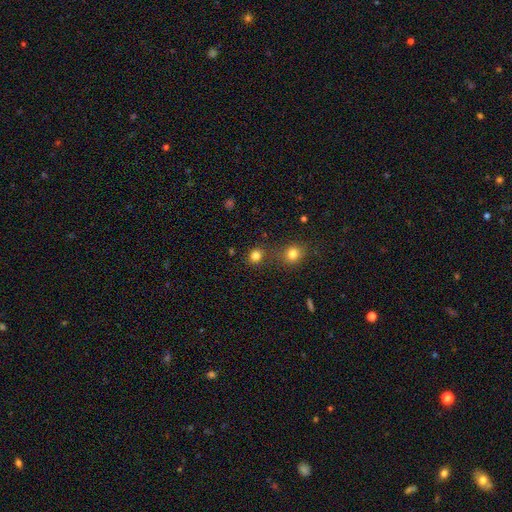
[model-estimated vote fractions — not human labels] Q: Smooth or featured?
A: smooth (81%); runner-up: star or artifact (15%)
Q: How rounded?
A: round (82%); runner-up: in between (17%)
Q: Merging?
A: none (74%); runner-up: merger (14%)